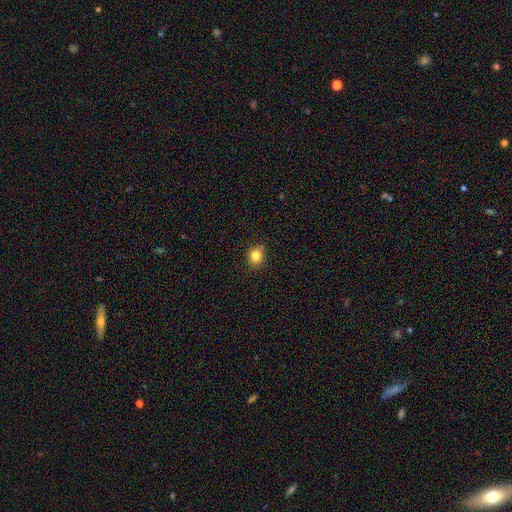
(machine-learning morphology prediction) type=smooth (81%); roundness=round (70%); merging=none (79%).